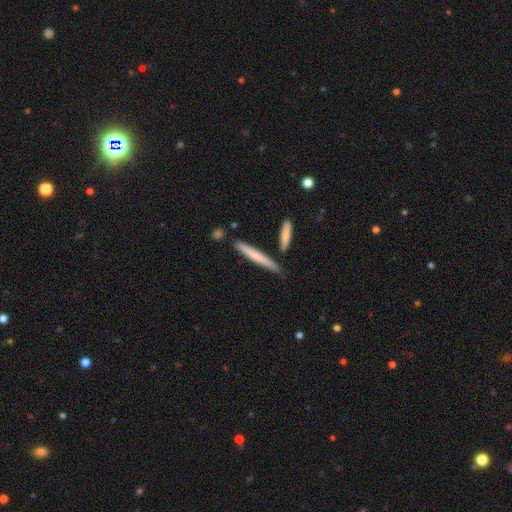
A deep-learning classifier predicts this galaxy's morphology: smooth_or_featured: smooth (p=0.62) [alt: featured or disk p=0.33]
how_rounded: cigar-shaped (p=0.95) [alt: in between p=0.03]
merging: none (p=0.80) [alt: minor disturbance p=0.12]